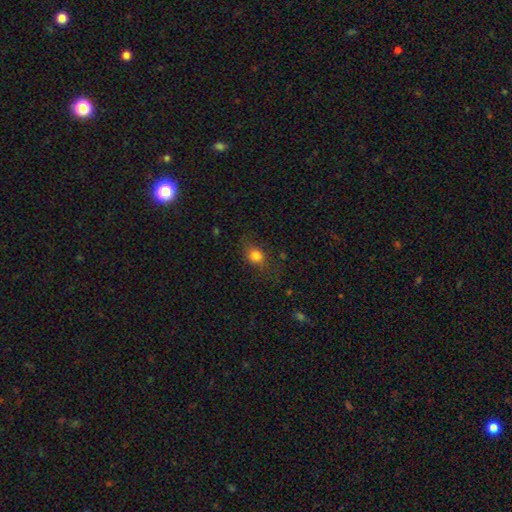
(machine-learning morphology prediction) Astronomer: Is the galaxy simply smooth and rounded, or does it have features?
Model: smooth — 78%.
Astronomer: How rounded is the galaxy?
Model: round — 53% (runner-up: in between, 44%).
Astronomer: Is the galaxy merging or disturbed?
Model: none — 68%.